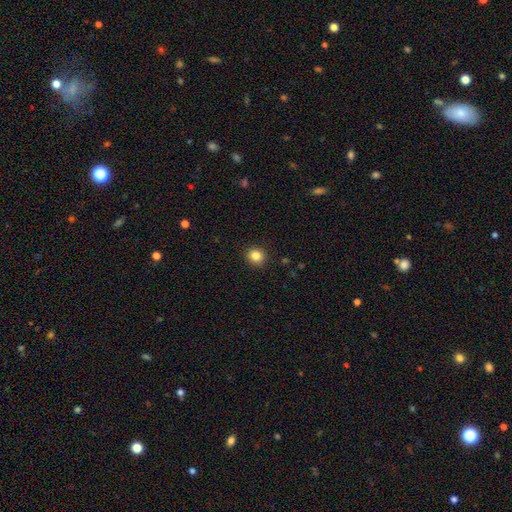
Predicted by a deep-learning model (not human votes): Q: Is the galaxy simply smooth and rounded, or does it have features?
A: smooth — 84%.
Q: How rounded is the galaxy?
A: round — 81%.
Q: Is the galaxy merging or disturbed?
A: none — 91%.